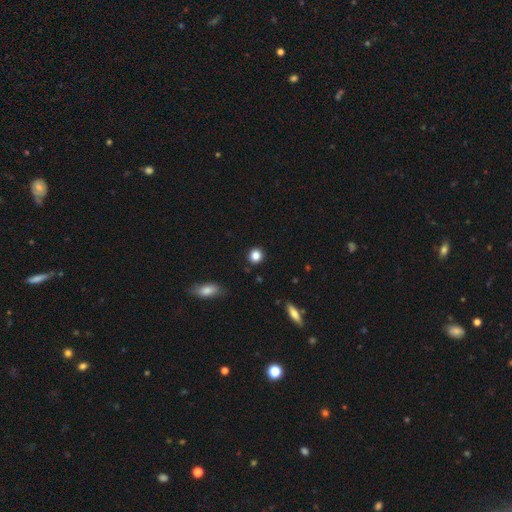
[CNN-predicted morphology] Q: Smooth or featured?
A: smooth (85%); runner-up: star or artifact (11%)
Q: How rounded?
A: round (89%); runner-up: in between (10%)
Q: Merging?
A: none (90%); runner-up: minor disturbance (6%)